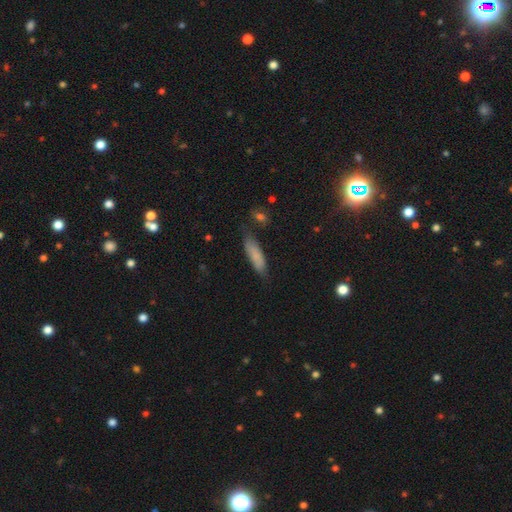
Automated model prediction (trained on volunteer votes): This is likely a smooth galaxy (77%). How rounded: likely cigar-shaped (61%). Merging: likely none (72%).